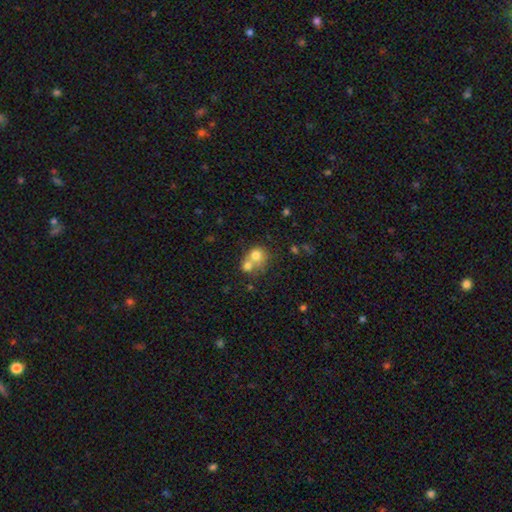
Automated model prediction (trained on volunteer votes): Q: Smooth or featured?
A: smooth (71%); runner-up: featured or disk (17%)
Q: How rounded?
A: round (76%); runner-up: in between (23%)
Q: Merging?
A: merger (58%); runner-up: none (30%)